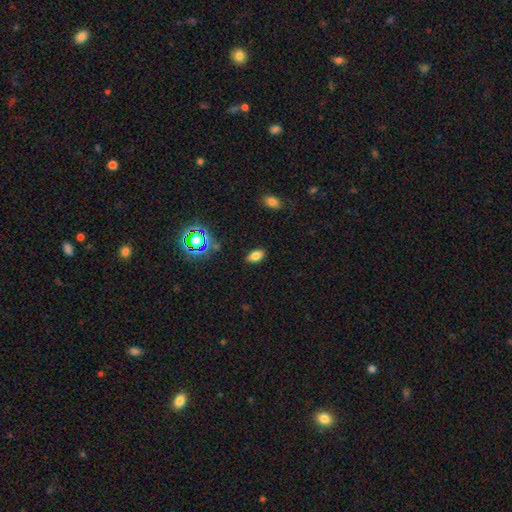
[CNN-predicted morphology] smooth-or-featured: smooth: 76% | star or artifact: 16% | featured or disk: 8%
  how-rounded: in between: 90% | round: 8% | cigar-shaped: 2%
  merging: none: 87% | minor disturbance: 9% | major disturbance: 3% | merger: 1%